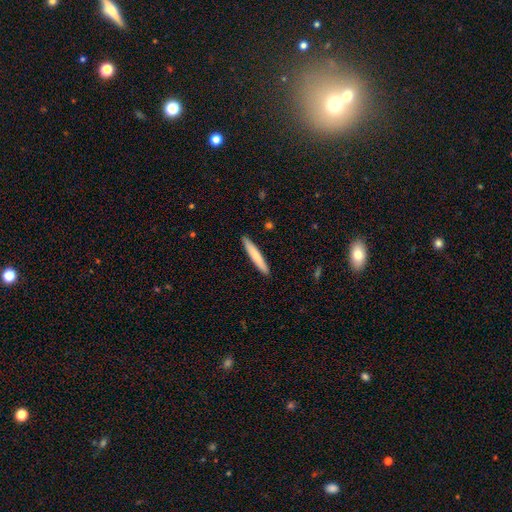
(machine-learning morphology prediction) A smooth galaxy with no disk features (72%) that is cigar-shaped (95%).

Vote fractions:
- Smooth or featured? smooth: 72% / featured or disk: 23% / star or artifact: 5%
- How rounded? cigar-shaped: 95% / in between: 4% / round: 1%
- Merging? none: 92% / minor disturbance: 6% / major disturbance: 1% / merger: 1%